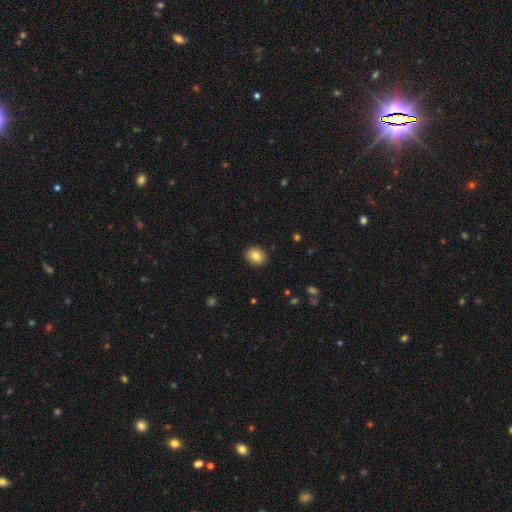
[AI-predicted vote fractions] Smooth or featured: smooth — 83% (star or artifact — 9%)
How rounded: round — 61% (in between — 38%)
Merging: none — 90% (minor disturbance — 7%)